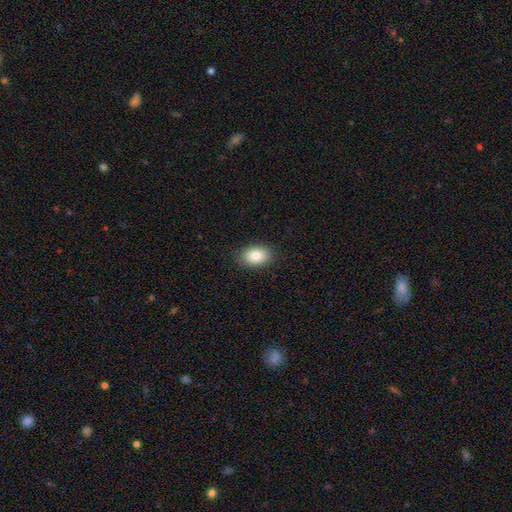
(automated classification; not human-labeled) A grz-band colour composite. It shows a smooth galaxy with no disk features (85%) that is in between round and cigar-shaped (85%). Merging: none (88%).